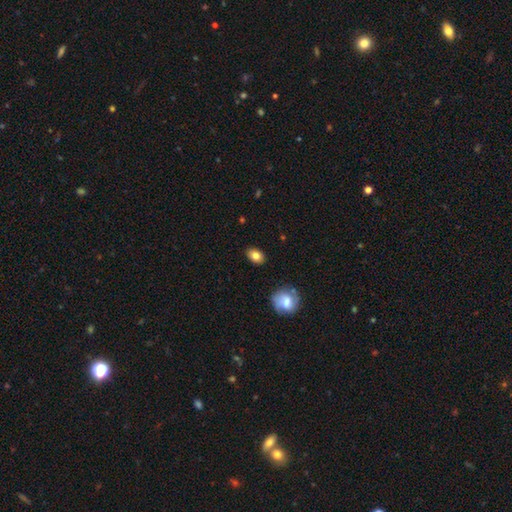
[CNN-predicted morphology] smooth_or_featured: smooth (p=0.82) [alt: featured or disk p=0.10]
how_rounded: in between (p=0.80) [alt: round p=0.18]
merging: none (p=0.87) [alt: minor disturbance p=0.10]